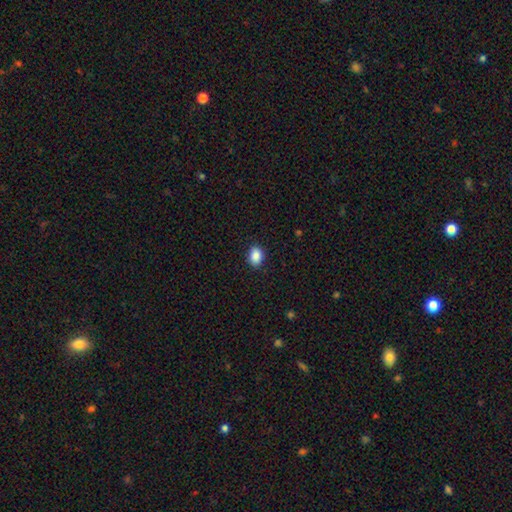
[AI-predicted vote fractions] Smooth or featured?
  - smooth: 89% *
  - star or artifact: 8%
  - featured or disk: 3%
How rounded?
  - in between: 68% *
  - round: 31%
  - cigar-shaped: 1%
Merging?
  - none: 89% *
  - minor disturbance: 8%
  - major disturbance: 2%
  - merger: 1%